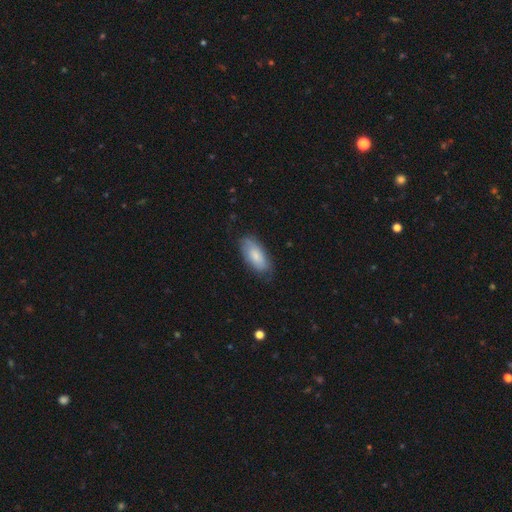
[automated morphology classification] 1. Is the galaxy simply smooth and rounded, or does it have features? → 74% smooth, 20% featured or disk, 6% star or artifact.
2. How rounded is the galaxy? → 88% in between, 11% cigar-shaped, 2% round.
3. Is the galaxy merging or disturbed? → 75% none, 19% minor disturbance, 4% major disturbance, 1% merger.